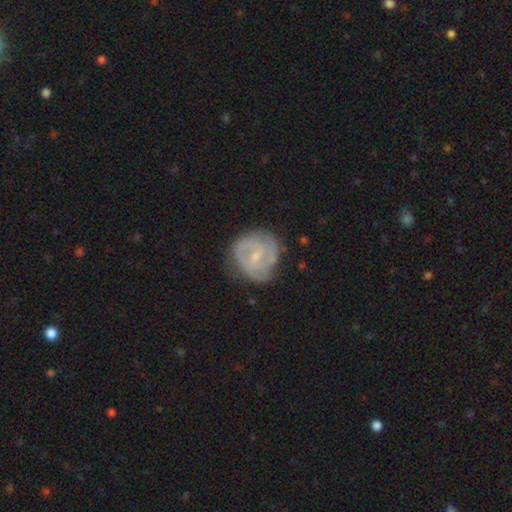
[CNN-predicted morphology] featured or disk 76%, smooth 18%, star or artifact 6%. Down the decision tree: edge-on disk — no (98%); bar — weak (49%); spiral arms — yes (88%); spiral arm count — 2 (44%); spiral winding — tight (54%); bulge size — small (68%); merging — none (67%).